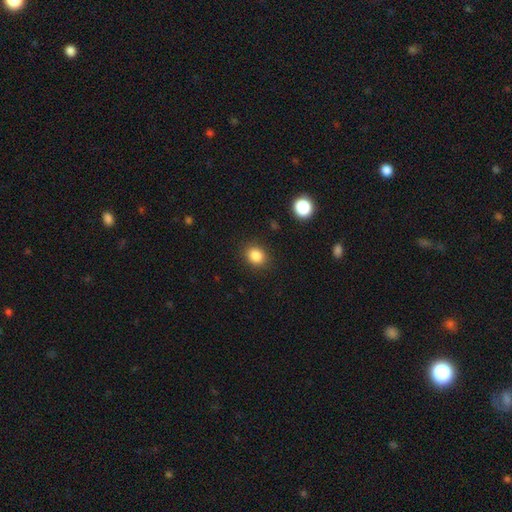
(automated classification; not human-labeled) Q: Smooth or featured?
A: smooth (85%); runner-up: star or artifact (11%)
Q: How rounded?
A: round (60%); runner-up: in between (39%)
Q: Merging?
A: none (88%); runner-up: minor disturbance (8%)